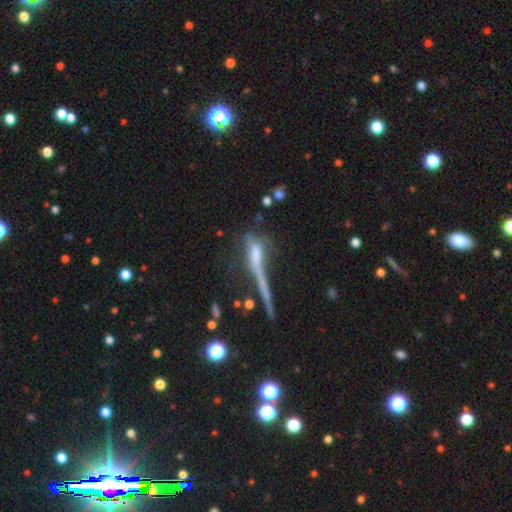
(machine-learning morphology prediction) type=featured or disk (45%); merging=none (33%).